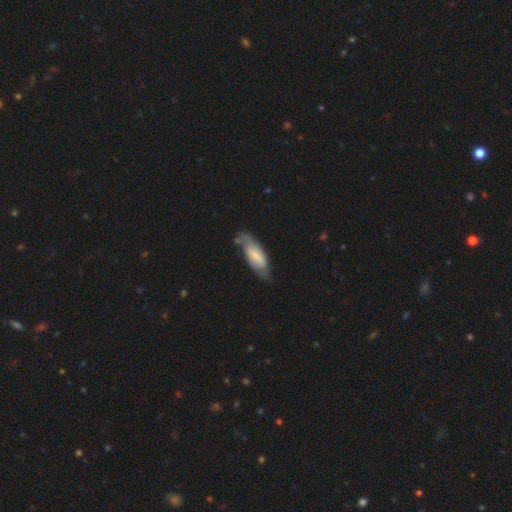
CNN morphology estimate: Overall: smooth (54%; featured or disk 41%). How rounded: in between (76%). Merging: none (56%; minor disturbance 28%).